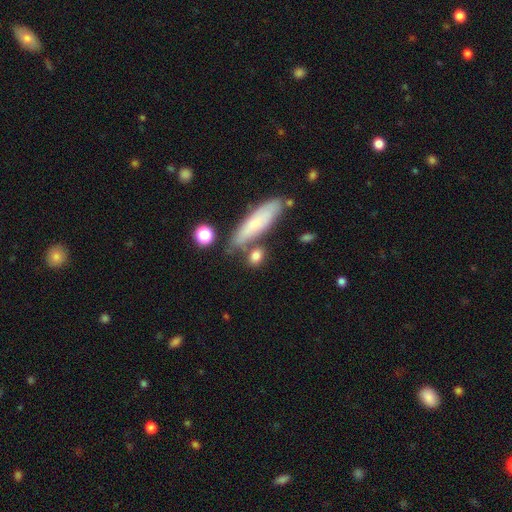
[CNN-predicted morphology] A smooth galaxy with no disk features (78%) that is in between round and cigar-shaped (44%).

Vote fractions:
- Smooth or featured? smooth: 78% / featured or disk: 14% / star or artifact: 8%
- How rounded? in between: 44% / round: 32% / cigar-shaped: 24%
- Merging? none: 67% / minor disturbance: 14% / merger: 14% / major disturbance: 5%